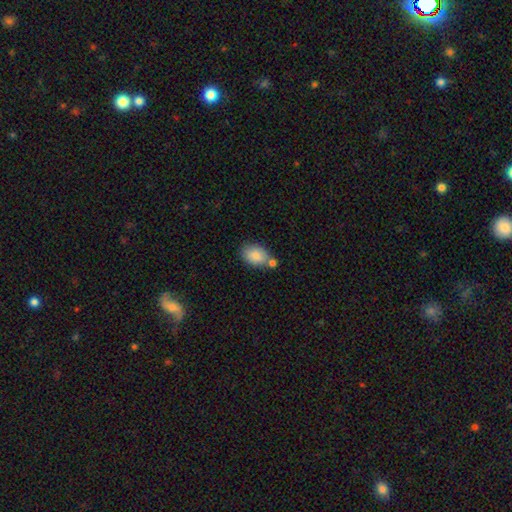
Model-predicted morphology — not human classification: This appears to be a smooth galaxy with no disk features (85%) that is in between round and cigar-shaped (81%). Merging: none (56%).